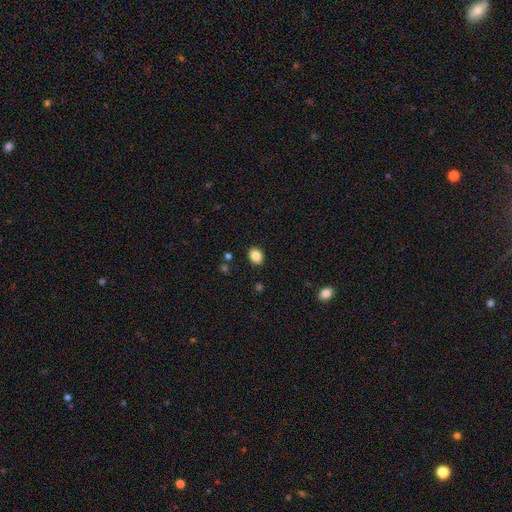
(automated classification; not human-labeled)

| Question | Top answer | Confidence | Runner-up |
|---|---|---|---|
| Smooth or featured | smooth | 85% | star or artifact (10%) |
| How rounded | in between | 58% | round (41%) |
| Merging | none | 89% | minor disturbance (7%) |